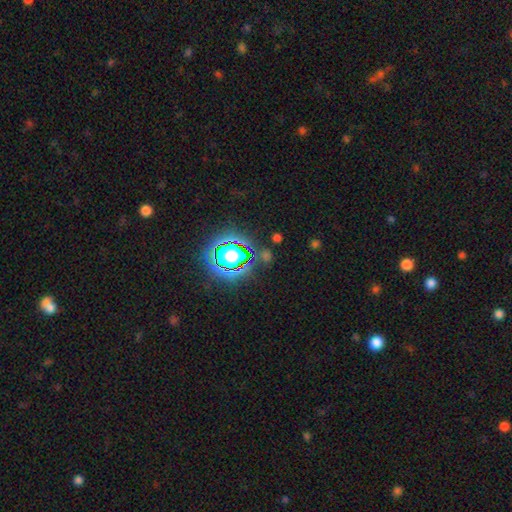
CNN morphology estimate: smooth-or-featured: star or artifact: 80% | smooth: 13% | featured or disk: 8%